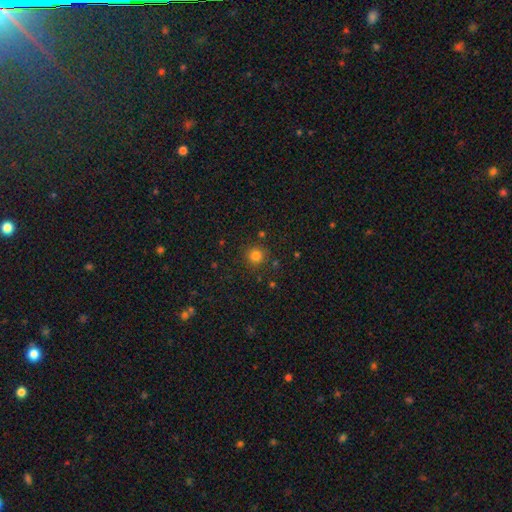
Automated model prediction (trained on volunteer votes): Q: Smooth or featured?
A: smooth (81%); runner-up: star or artifact (14%)
Q: How rounded?
A: round (93%); runner-up: in between (6%)
Q: Merging?
A: none (87%); runner-up: minor disturbance (8%)